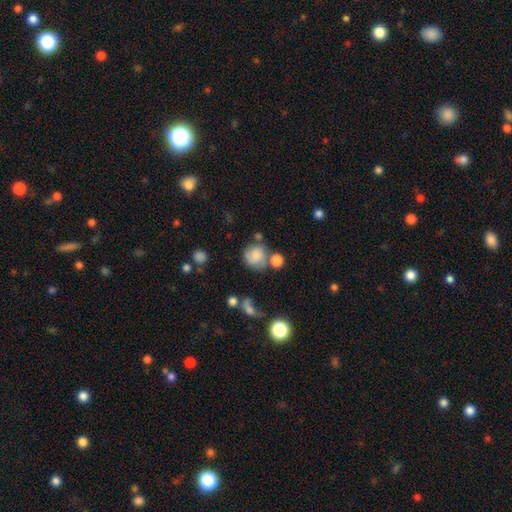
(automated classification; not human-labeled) Q: Smooth or featured?
A: smooth (74%); runner-up: featured or disk (16%)
Q: How rounded?
A: round (82%); runner-up: in between (17%)
Q: Merging?
A: none (52%); runner-up: minor disturbance (19%)